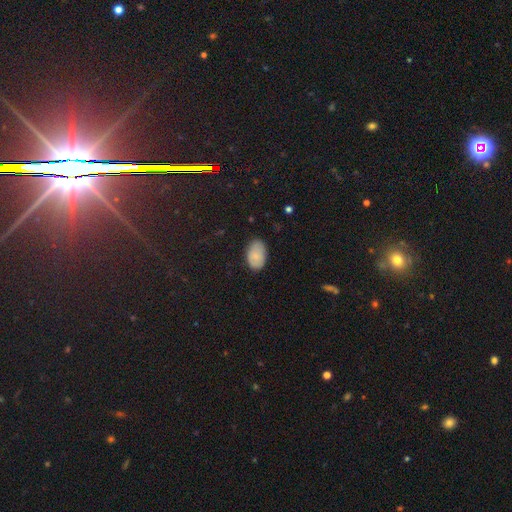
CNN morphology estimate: A smooth galaxy with no disk features (82%) that is in between round and cigar-shaped (92%). Merging: none (80%).